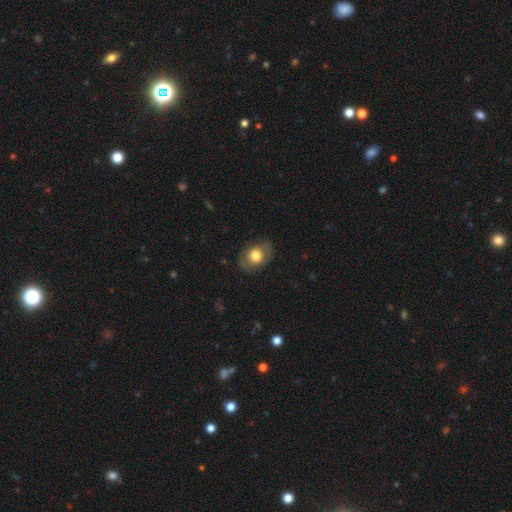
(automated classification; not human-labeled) This appears to be a smooth galaxy with no disk features (68%) that is in between round and cigar-shaped (67%). Merging: none (79%).